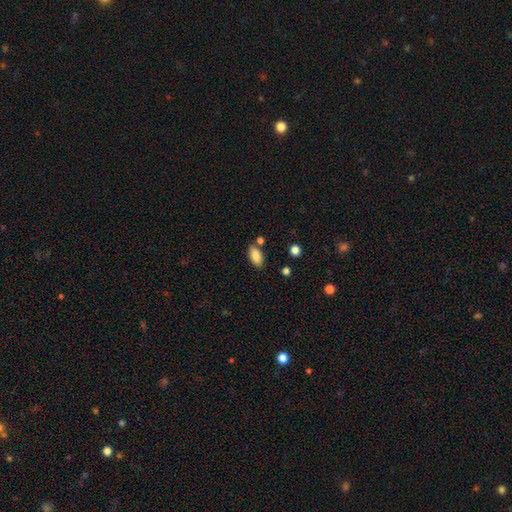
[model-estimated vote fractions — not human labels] Smooth or featured? smooth (86%)
How rounded? in between (91%)
Merging? none (77%)